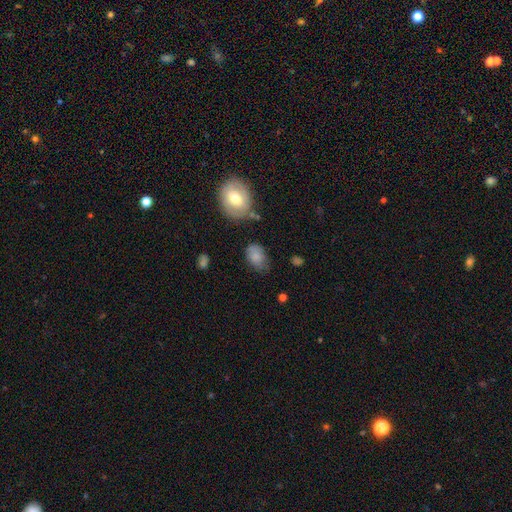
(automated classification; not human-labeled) smooth-or-featured: smooth: 80% | featured or disk: 11% | star or artifact: 9%
  how-rounded: in between: 81% | round: 18% | cigar-shaped: 1%
  merging: none: 56% | minor disturbance: 30% | major disturbance: 10% | merger: 4%